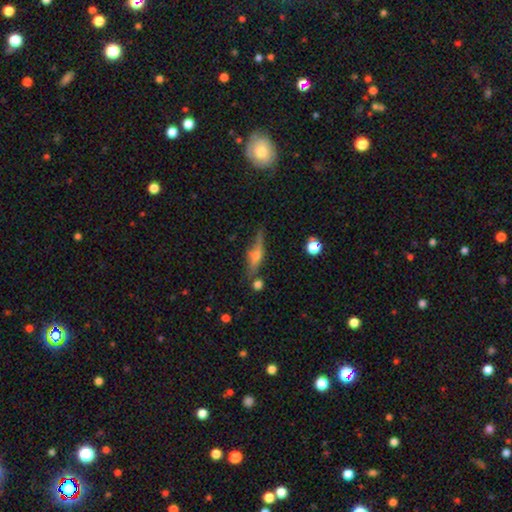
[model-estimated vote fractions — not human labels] Smooth or featured?
  - featured or disk: 65% *
  - smooth: 25%
  - star or artifact: 10%
Edge-on disk?
  - yes: 94% *
  - no: 6%
Edge-on bulge?
  - rounded: 85% *
  - boxy: 9%
  - none: 6%
Merging?
  - none: 74% *
  - minor disturbance: 16%
  - merger: 5%
  - major disturbance: 4%